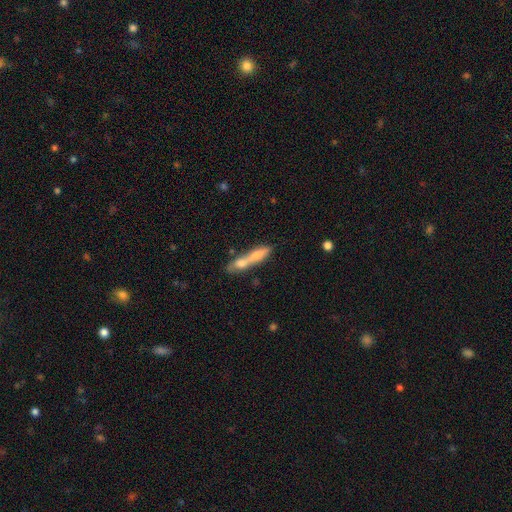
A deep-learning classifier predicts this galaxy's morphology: Overall: smooth (66%; featured or disk 27%). How rounded: cigar-shaped (73%). Merging: merger (51%; none 28%).